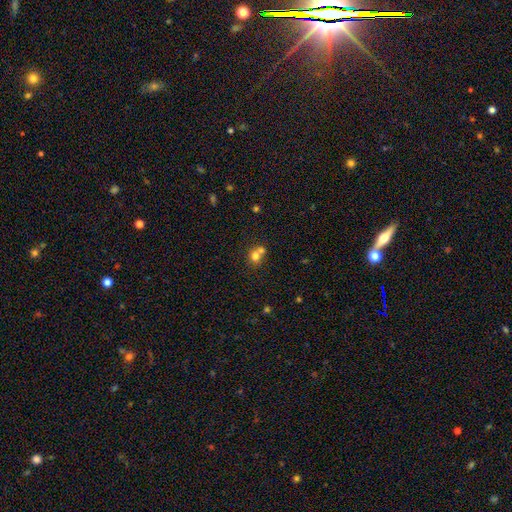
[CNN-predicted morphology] Smooth or featured: smooth — 74% (star or artifact — 13%)
How rounded: round — 79% (in between — 20%)
Merging: merger — 52% (none — 38%)